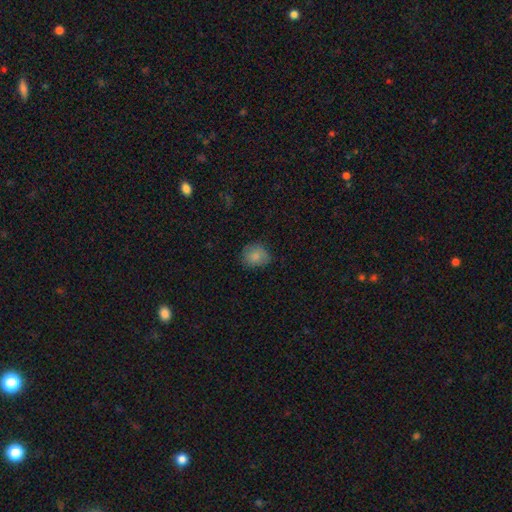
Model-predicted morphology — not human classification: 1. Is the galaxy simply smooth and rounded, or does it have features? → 84% smooth, 9% star or artifact, 7% featured or disk.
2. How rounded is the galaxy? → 70% round, 29% in between, 1% cigar-shaped.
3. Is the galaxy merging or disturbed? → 75% none, 19% minor disturbance, 4% major disturbance, 1% merger.